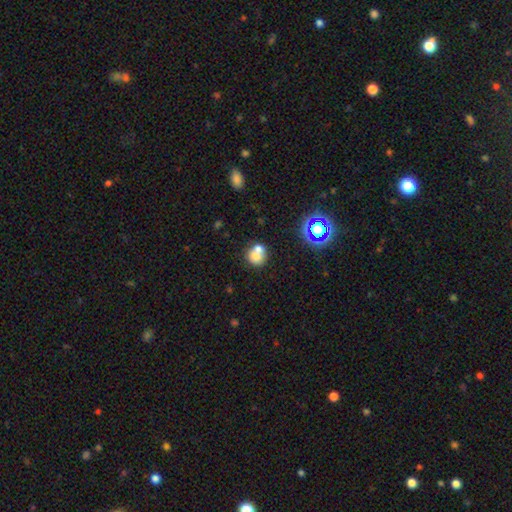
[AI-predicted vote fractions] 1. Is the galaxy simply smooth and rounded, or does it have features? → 72% smooth, 15% featured or disk, 13% star or artifact.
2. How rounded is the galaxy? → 81% round, 18% in between, 1% cigar-shaped.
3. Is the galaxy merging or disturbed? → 48% merger, 40% none, 9% minor disturbance, 4% major disturbance.